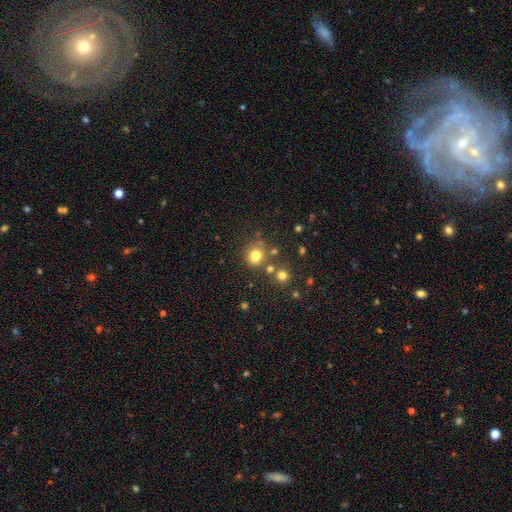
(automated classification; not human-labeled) A smooth galaxy with no disk features (77%) that is round (77%).

Vote fractions:
- Smooth or featured? smooth: 77% / star or artifact: 15% / featured or disk: 8%
- How rounded? round: 77% / in between: 22% / cigar-shaped: 1%
- Merging? none: 69% / merger: 14% / minor disturbance: 13% / major disturbance: 5%